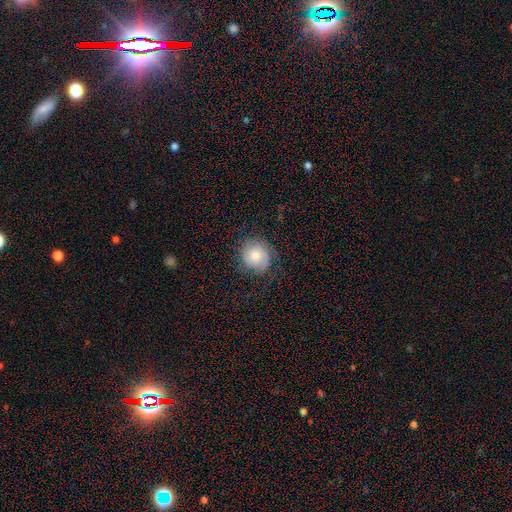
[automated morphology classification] A smooth galaxy with no disk features (59%) that is round (86%). Merging: none (70%).